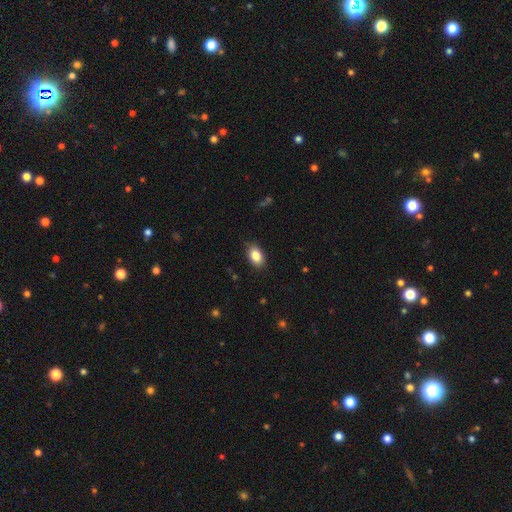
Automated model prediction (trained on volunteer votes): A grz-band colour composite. It shows a smooth galaxy with no disk features (86%) that is in between round and cigar-shaped (89%). Merging: none (86%).